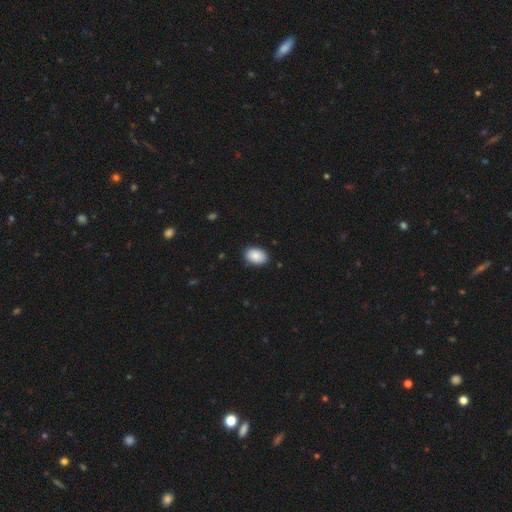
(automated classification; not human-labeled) Overall: smooth (89%). How rounded: in between (86%). Merging: none (88%).